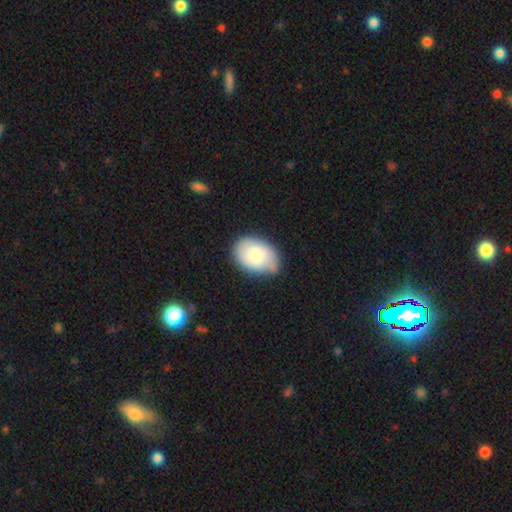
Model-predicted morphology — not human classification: A smooth galaxy with no disk features (74%) that is in between round and cigar-shaped (80%). Merging: none (67%).